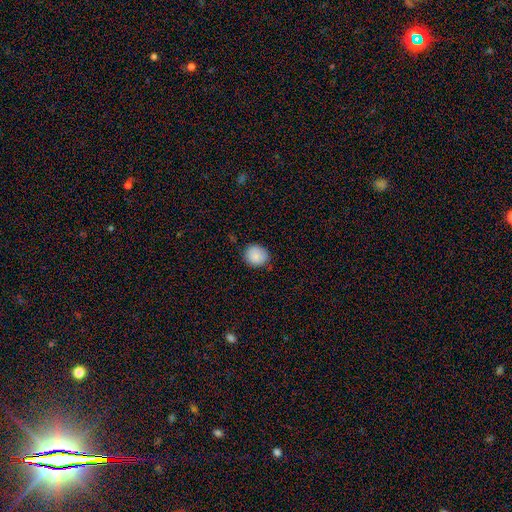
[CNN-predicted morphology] The model was most divided on "how rounded": round: 79%, in between: 20%, cigar-shaped: 1%. More confident: smooth or featured — smooth (88%); merging — none (83%).